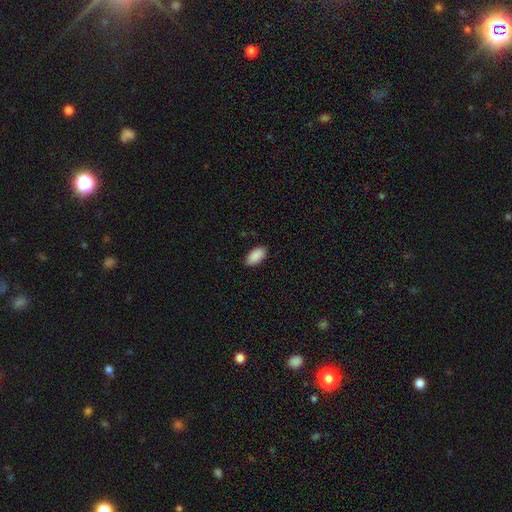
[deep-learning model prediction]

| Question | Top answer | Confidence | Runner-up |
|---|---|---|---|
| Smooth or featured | smooth | 91% | star or artifact (6%) |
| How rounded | in between | 95% | round (2%) |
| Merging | none | 88% | minor disturbance (9%) |